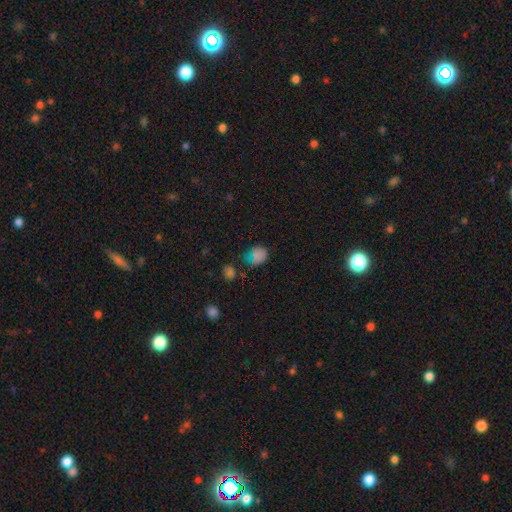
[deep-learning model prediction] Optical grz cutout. It shows a smooth galaxy with no disk features (71%) that is in between round and cigar-shaped (57%). Merging: none (55%).